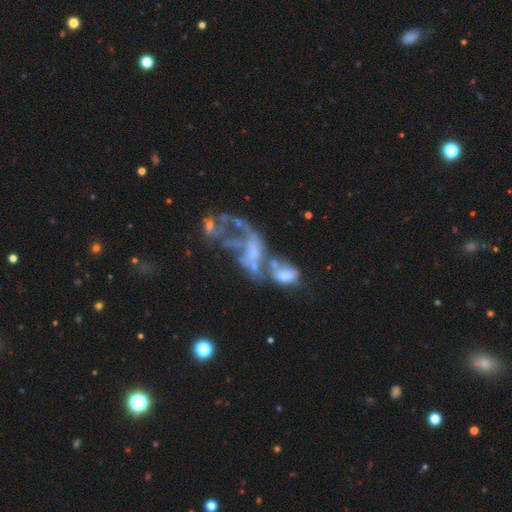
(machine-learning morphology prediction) type=featured or disk (63%); edge-on=no (92%); bar=no (66%); spiral arms=no (57%); bulge=none (58%); merging=merger (46%).